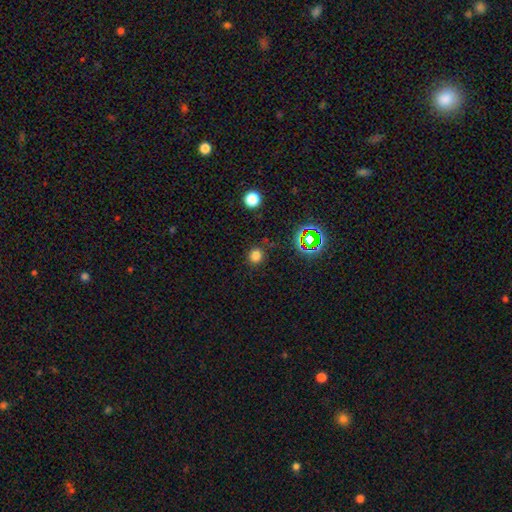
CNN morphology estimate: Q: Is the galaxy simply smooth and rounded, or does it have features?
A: smooth — 74%.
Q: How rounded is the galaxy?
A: round — 88%.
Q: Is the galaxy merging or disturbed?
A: none — 86%.